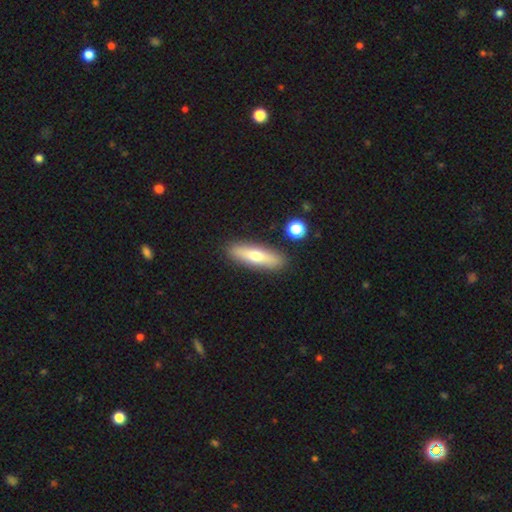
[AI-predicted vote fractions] Morphology: type=smooth (57%); roundness=cigar-shaped (70%); merging=none (88%).